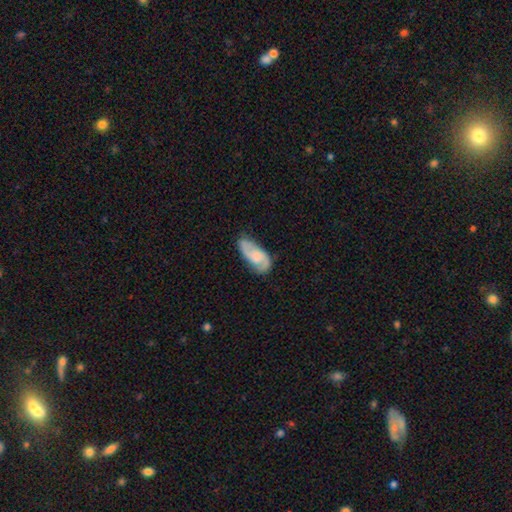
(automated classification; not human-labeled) The model was most divided on "bulge size": none: 34%, moderate: 27%, small: 27%, large: 10%, dominant: 2%. More confident: edge-on disk — no (94%); spiral arms — yes (90%); merging — none (60%); bar — no (60%); smooth or featured — featured or disk (57%).